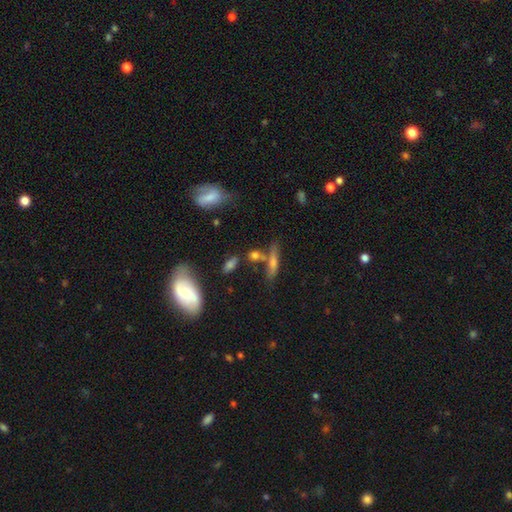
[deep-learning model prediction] A smooth galaxy with no disk features (43%). Merging: none (62%).